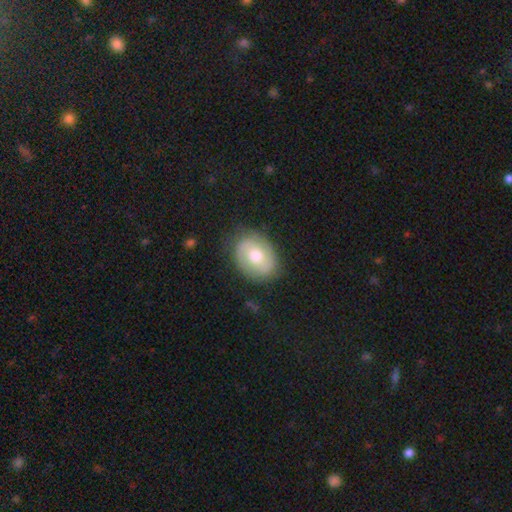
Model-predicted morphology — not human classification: smooth-or-featured: featured or disk: 50% | smooth: 44% | star or artifact: 6%
  merging: none: 78% | minor disturbance: 16% | major disturbance: 5% | merger: 1%